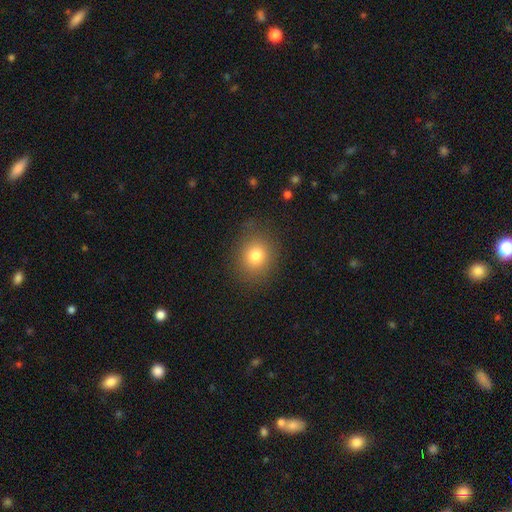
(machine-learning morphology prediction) Smooth or featured: smooth — 79% (star or artifact — 12%)
How rounded: round — 72% (in between — 27%)
Merging: none — 82% (minor disturbance — 12%)